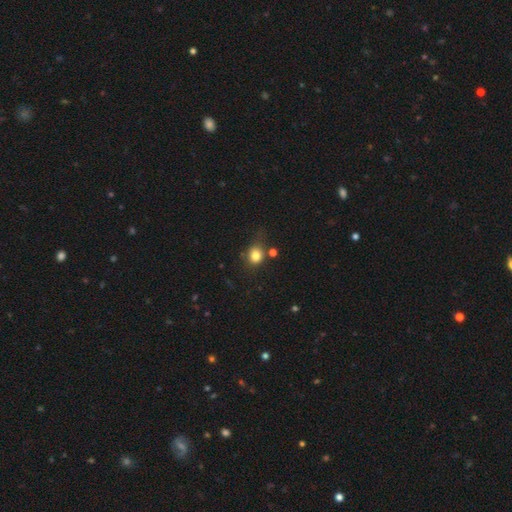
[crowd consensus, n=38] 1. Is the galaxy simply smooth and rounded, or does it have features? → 84% smooth, 11% featured or disk, 5% star or artifact.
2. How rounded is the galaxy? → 78% round, 16% in between, 6% cigar-shaped.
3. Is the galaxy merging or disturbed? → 56% none, 33% minor disturbance, 6% major disturbance, 6% merger.